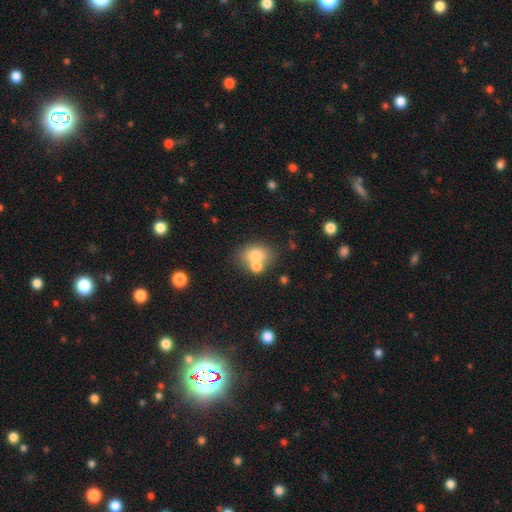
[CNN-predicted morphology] A smooth galaxy with no disk features (72%) that is in between round and cigar-shaped (51%).

Vote fractions:
- Smooth or featured? smooth: 72% / featured or disk: 17% / star or artifact: 10%
- How rounded? in between: 51% / round: 48% / cigar-shaped: 1%
- Merging? none: 43% / merger: 42% / minor disturbance: 11% / major disturbance: 4%